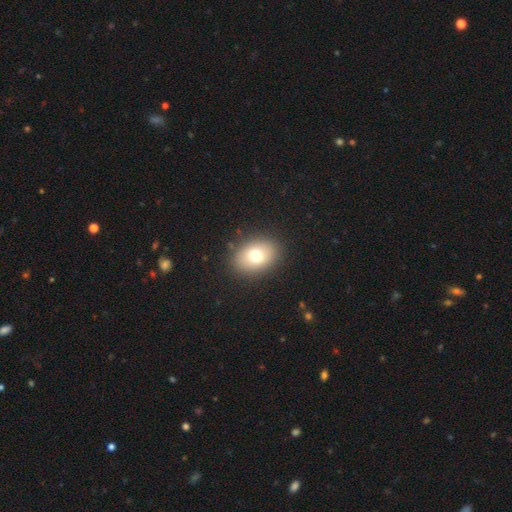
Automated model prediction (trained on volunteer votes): The model was most divided on "how rounded": in between: 67%, round: 32%, cigar-shaped: 1%. More confident: merging — none (88%); smooth or featured — smooth (73%).